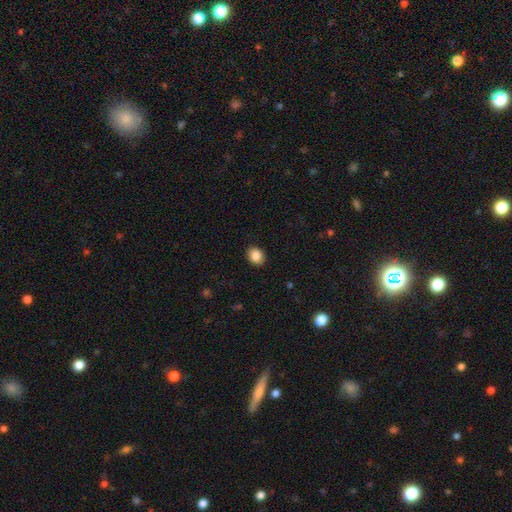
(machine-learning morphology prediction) A smooth galaxy with no disk features (87%) that is in between round and cigar-shaped (55%).

Vote fractions:
- Smooth or featured? smooth: 87% / star or artifact: 8% / featured or disk: 4%
- How rounded? in between: 55% / round: 44% / cigar-shaped: 1%
- Merging? none: 90% / minor disturbance: 7% / major disturbance: 2% / merger: 1%